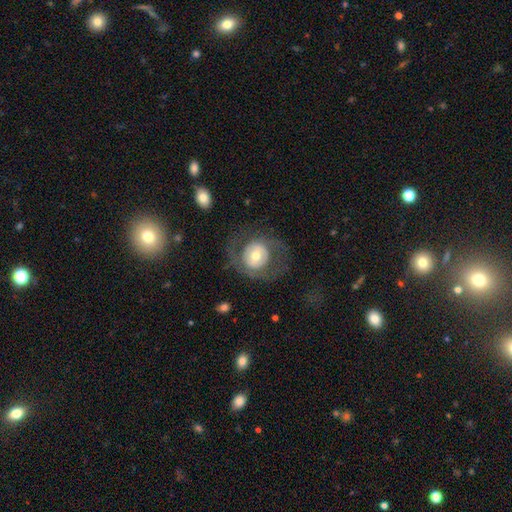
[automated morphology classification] Smooth or featured?
  - featured or disk: 54% *
  - smooth: 39%
  - star or artifact: 7%
Edge-on disk?
  - no: 95% *
  - yes: 5%
Bar?
  - no: 69% *
  - weak: 22%
  - strong: 8%
Spiral arms?
  - no: 58% *
  - yes: 42%
Bulge size?
  - moderate: 66% *
  - small: 18%
  - large: 13%
  - dominant: 2%
  - none: 1%
Merging?
  - none: 62% *
  - major disturbance: 22%
  - minor disturbance: 14%
  - merger: 2%